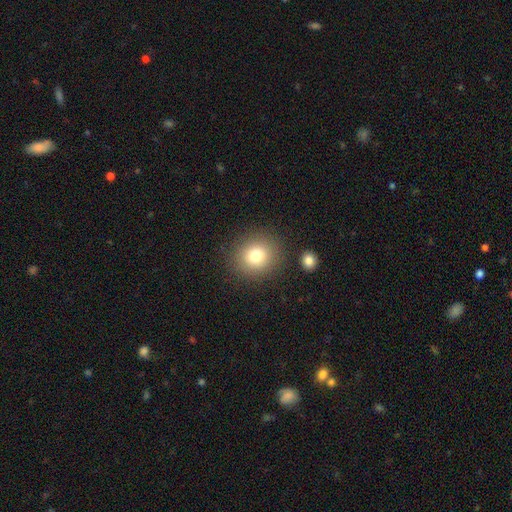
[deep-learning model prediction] smooth-or-featured: smooth: 78% | star or artifact: 12% | featured or disk: 10%
  how-rounded: round: 84% | in between: 16% | cigar-shaped: 1%
  merging: none: 86% | minor disturbance: 8% | major disturbance: 4% | merger: 3%